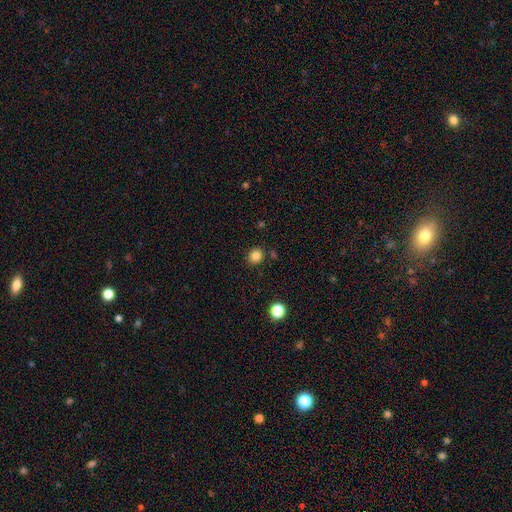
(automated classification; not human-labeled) This appears to be a smooth galaxy with no disk features (83%) that is round (85%). Merging: none (87%).